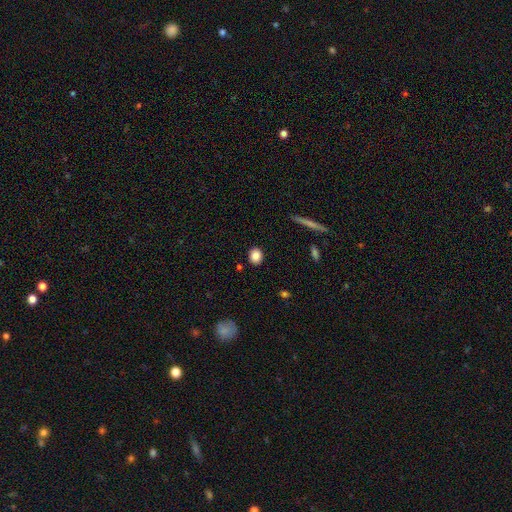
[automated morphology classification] A smooth galaxy with no disk features (85%) that is round (58%).

Vote fractions:
- Smooth or featured? smooth: 85% / star or artifact: 9% / featured or disk: 6%
- How rounded? round: 58% / in between: 40% / cigar-shaped: 2%
- Merging? none: 89% / minor disturbance: 7% / major disturbance: 2% / merger: 2%